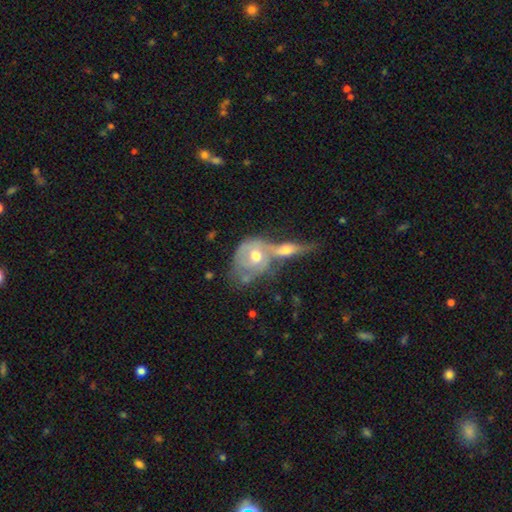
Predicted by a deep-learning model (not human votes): Q: Smooth or featured?
A: featured or disk (61%); runner-up: smooth (33%)
Q: Edge-on disk?
A: no (90%); runner-up: yes (10%)
Q: Bar?
A: no (75%); runner-up: weak (20%)
Q: Spiral arms?
A: yes (55%); runner-up: no (45%)
Q: Bulge size?
A: moderate (75%); runner-up: small (13%)
Q: Merging?
A: merger (61%); runner-up: none (19%)